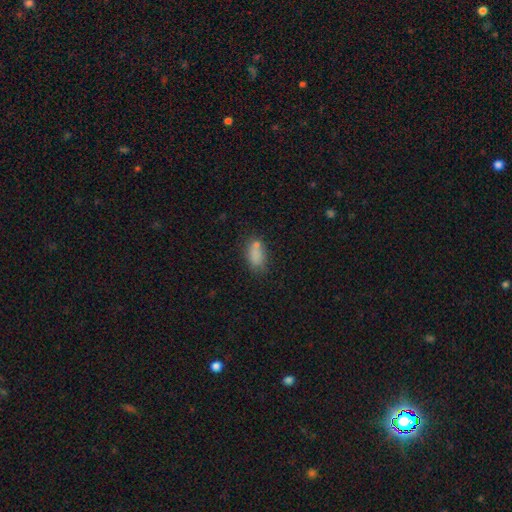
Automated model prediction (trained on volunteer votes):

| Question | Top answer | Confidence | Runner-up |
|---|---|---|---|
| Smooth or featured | smooth | 79% | star or artifact (11%) |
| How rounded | in between | 87% | round (9%) |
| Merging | none | 56% | minor disturbance (20%) |